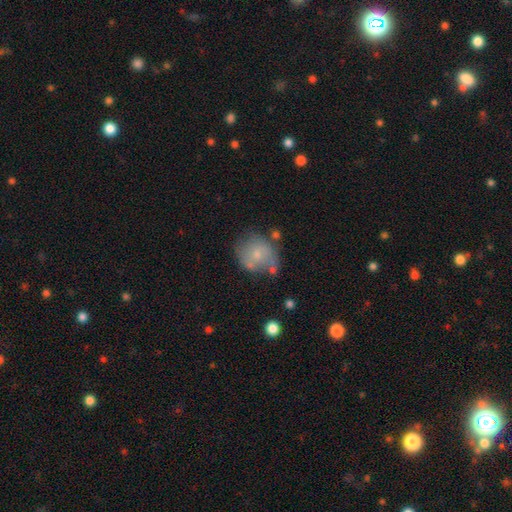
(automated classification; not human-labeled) Smooth or featured?
  - smooth: 55% *
  - featured or disk: 36%
  - star or artifact: 9%
How rounded?
  - round: 73% *
  - in between: 26%
  - cigar-shaped: 1%
Merging?
  - none: 51% *
  - minor disturbance: 26%
  - major disturbance: 13%
  - merger: 10%